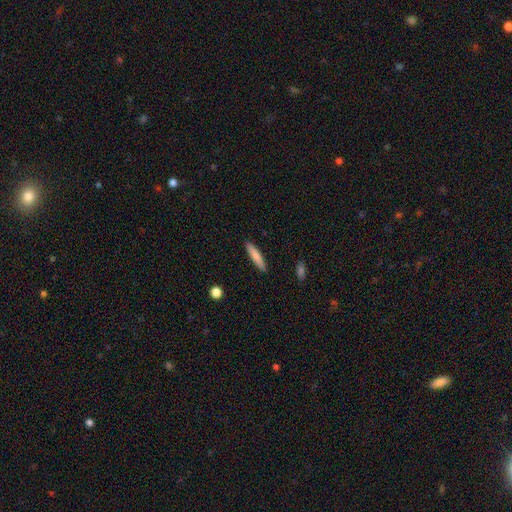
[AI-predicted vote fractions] Smooth or featured?
  - smooth: 78% *
  - featured or disk: 16%
  - star or artifact: 6%
How rounded?
  - cigar-shaped: 88% *
  - in between: 11%
  - round: 1%
Merging?
  - none: 89% *
  - minor disturbance: 8%
  - major disturbance: 2%
  - merger: 1%